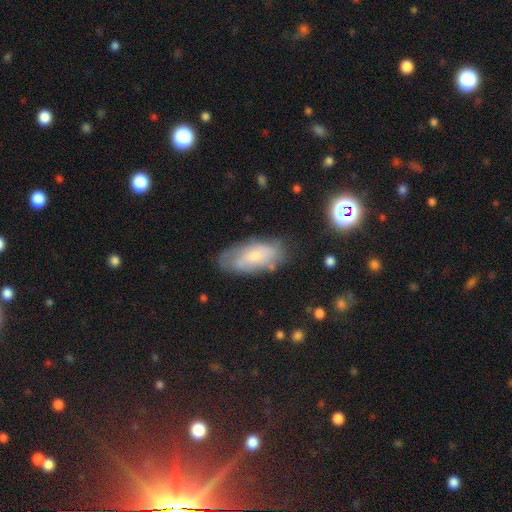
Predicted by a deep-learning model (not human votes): A smooth galaxy with no disk features (51%) that is in between round and cigar-shaped (86%).

Vote fractions:
- Smooth or featured? smooth: 51% / featured or disk: 41% / star or artifact: 8%
- How rounded? in between: 86% / cigar-shaped: 11% / round: 3%
- Merging? none: 64% / minor disturbance: 25% / major disturbance: 8% / merger: 3%